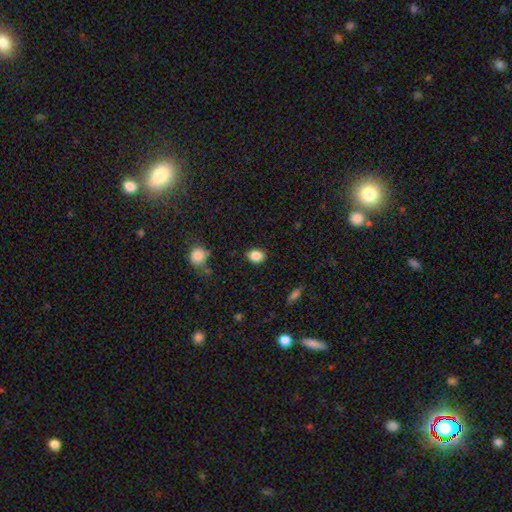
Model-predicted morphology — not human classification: Smooth or featured? smooth (86%)
How rounded? in between (58%)
Merging? none (86%)